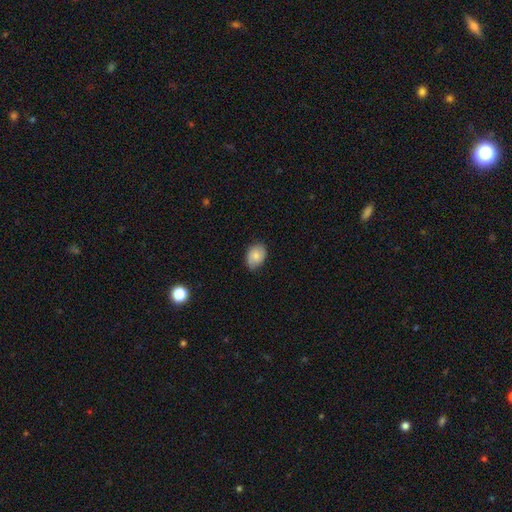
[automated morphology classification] Smooth or featured?
  - smooth: 72% *
  - featured or disk: 21%
  - star or artifact: 8%
How rounded?
  - in between: 72% *
  - round: 27%
  - cigar-shaped: 1%
Merging?
  - none: 74% *
  - minor disturbance: 22%
  - major disturbance: 4%
  - merger: 1%